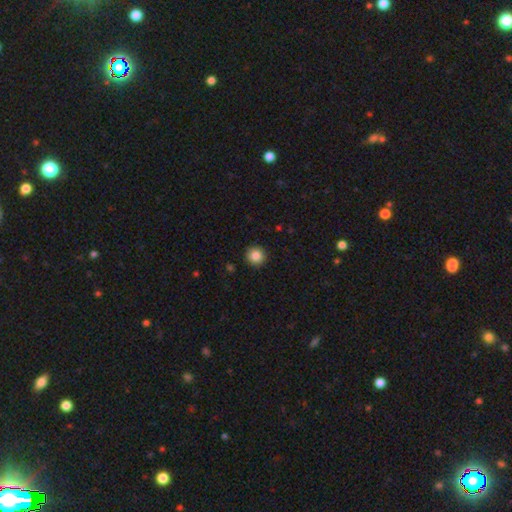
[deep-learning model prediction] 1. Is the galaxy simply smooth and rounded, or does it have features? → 85% smooth, 9% star or artifact, 5% featured or disk.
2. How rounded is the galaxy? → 95% round, 4% in between, 1% cigar-shaped.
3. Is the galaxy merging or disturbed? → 93% none, 5% minor disturbance, 2% major disturbance, 1% merger.